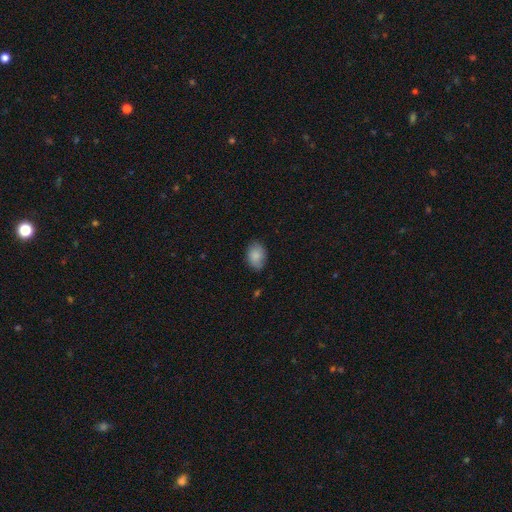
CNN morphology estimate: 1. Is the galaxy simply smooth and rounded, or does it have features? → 85% smooth, 8% featured or disk, 7% star or artifact.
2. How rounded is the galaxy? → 81% in between, 17% round, 1% cigar-shaped.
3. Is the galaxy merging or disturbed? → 79% none, 17% minor disturbance, 3% major disturbance, 1% merger.